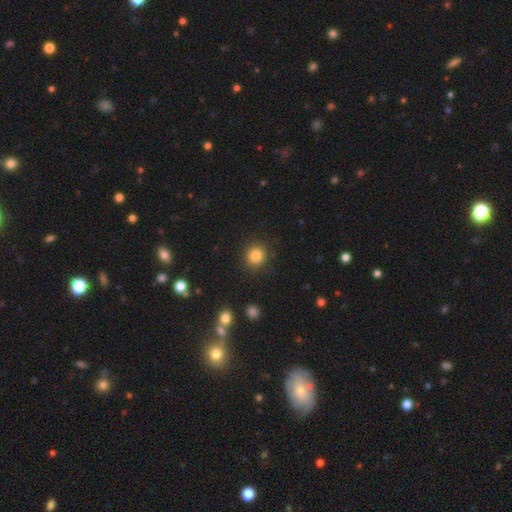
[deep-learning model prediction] Smooth or featured? Predicted: smooth (p=0.83). How rounded? Predicted: round (p=0.90). Merging? Predicted: none (p=0.88).